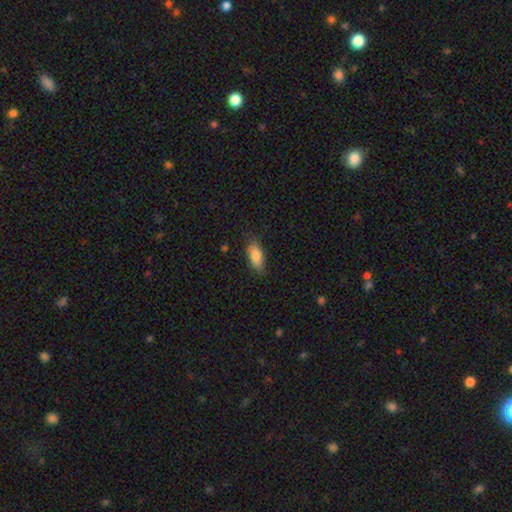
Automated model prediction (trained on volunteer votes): Smooth or featured?
  - smooth: 82% *
  - featured or disk: 12%
  - star or artifact: 7%
How rounded?
  - in between: 80% *
  - cigar-shaped: 17%
  - round: 3%
Merging?
  - none: 79% *
  - minor disturbance: 17%
  - major disturbance: 3%
  - merger: 1%